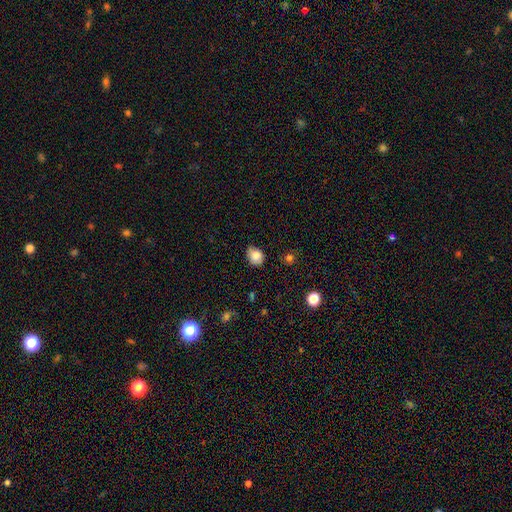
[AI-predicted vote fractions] Smooth or featured: smooth — 83% (star or artifact — 9%)
How rounded: in between — 55% (round — 44%)
Merging: none — 67% (minor disturbance — 27%)